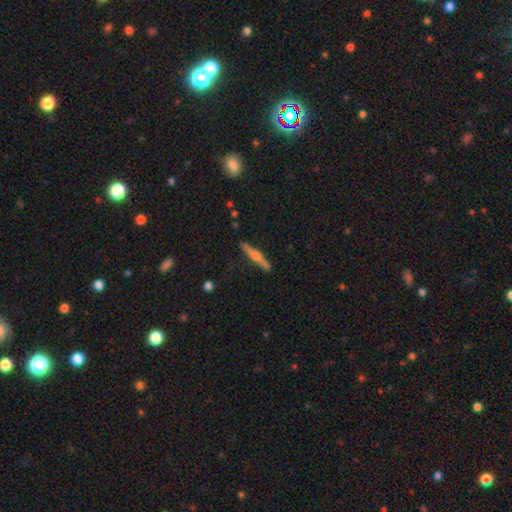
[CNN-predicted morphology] type=featured or disk (58%); edge-on=yes (96%); edge-on bulge=rounded (81%); merging=none (85%).